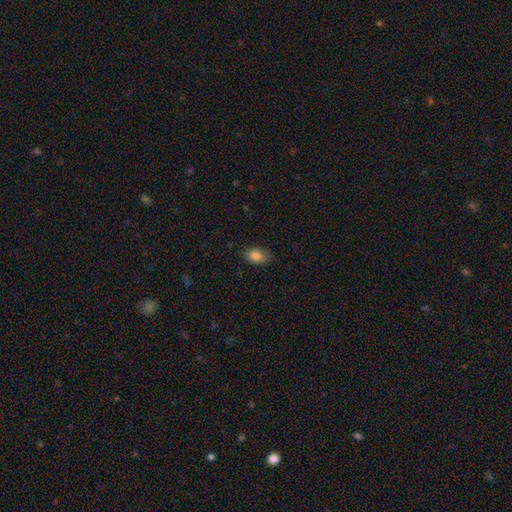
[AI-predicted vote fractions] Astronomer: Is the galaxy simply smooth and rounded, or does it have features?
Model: smooth — 85%.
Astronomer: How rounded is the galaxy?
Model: in between — 88%.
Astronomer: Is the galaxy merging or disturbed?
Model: none — 77%.